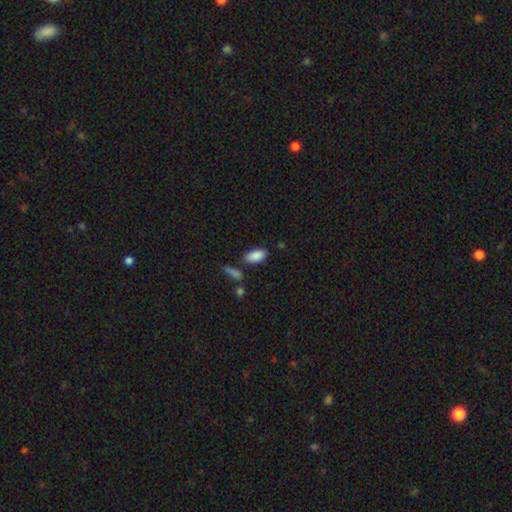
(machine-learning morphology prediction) smooth_or_featured: smooth (p=0.88) [alt: star or artifact p=0.07]
how_rounded: in between (p=0.92) [alt: cigar-shaped p=0.06]
merging: none (p=0.74) [alt: minor disturbance p=0.14]